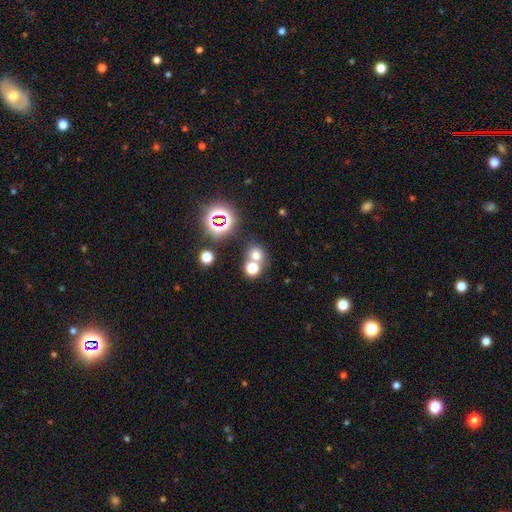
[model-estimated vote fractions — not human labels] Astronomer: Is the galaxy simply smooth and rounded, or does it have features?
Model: smooth — 65%.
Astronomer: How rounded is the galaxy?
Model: round — 80%.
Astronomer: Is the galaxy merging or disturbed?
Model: none — 55% (runner-up: merger, 34%).